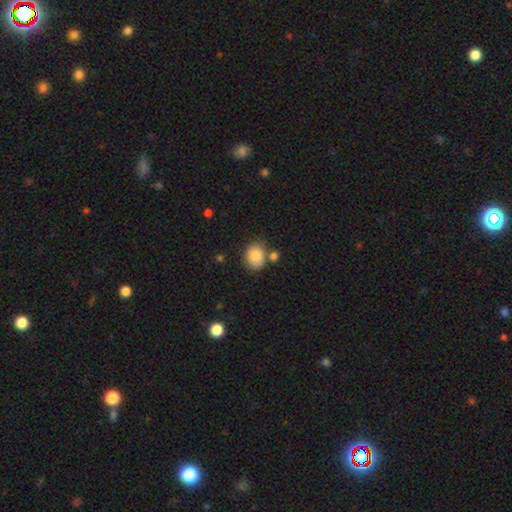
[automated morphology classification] This is clearly a smooth galaxy (84%). How rounded: possibly in between (50%). Merging: likely none (68%).